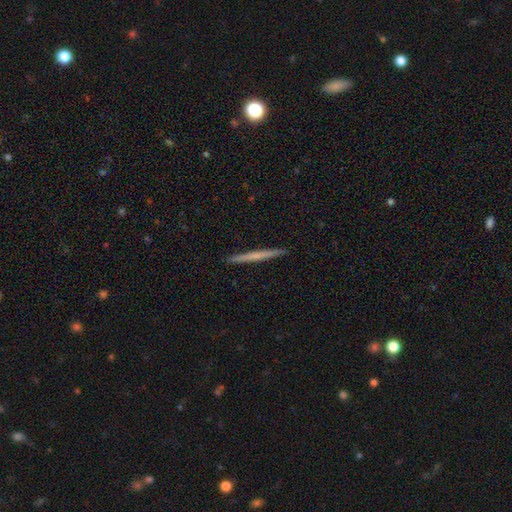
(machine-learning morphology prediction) Smooth or featured? Predicted: smooth (p=0.49). Merging? Predicted: none (p=0.94).